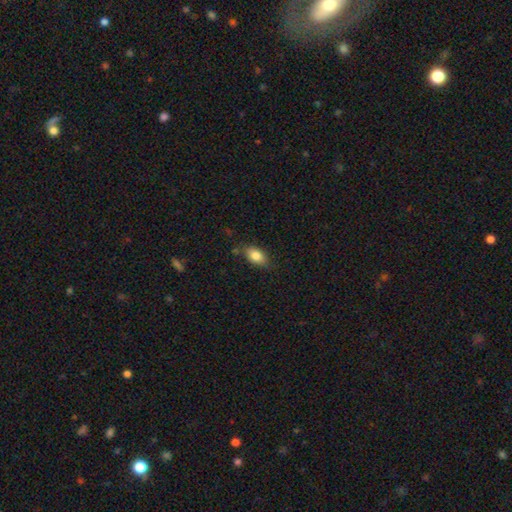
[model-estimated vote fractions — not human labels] A smooth galaxy with no disk features (84%) that is in between round and cigar-shaped (88%).

Vote fractions:
- Smooth or featured? smooth: 84% / featured or disk: 9% / star or artifact: 8%
- How rounded? in between: 88% / round: 9% / cigar-shaped: 3%
- Merging? none: 76% / minor disturbance: 17% / major disturbance: 4% / merger: 3%